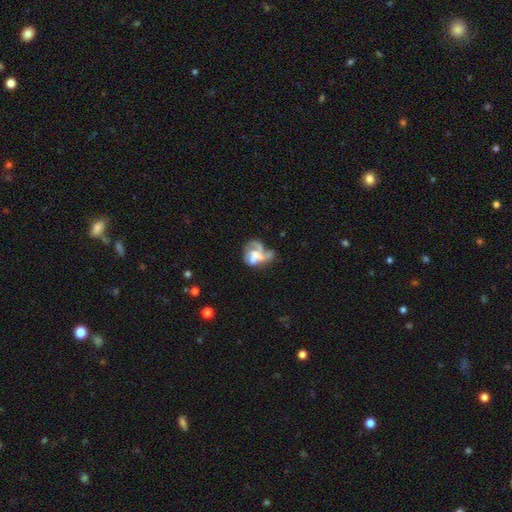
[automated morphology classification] Smooth or featured?
  - featured or disk: 61% *
  - smooth: 28%
  - star or artifact: 11%
Edge-on disk?
  - no: 98% *
  - yes: 2%
Bar?
  - no: 73% *
  - weak: 20%
  - strong: 6%
Spiral arms?
  - yes: 52% *
  - no: 48%
Bulge size?
  - none: 35% *
  - moderate: 30%
  - small: 17%
  - large: 15%
  - dominant: 3%
Merging?
  - major disturbance: 34% *
  - merger: 28%
  - none: 23%
  - minor disturbance: 15%